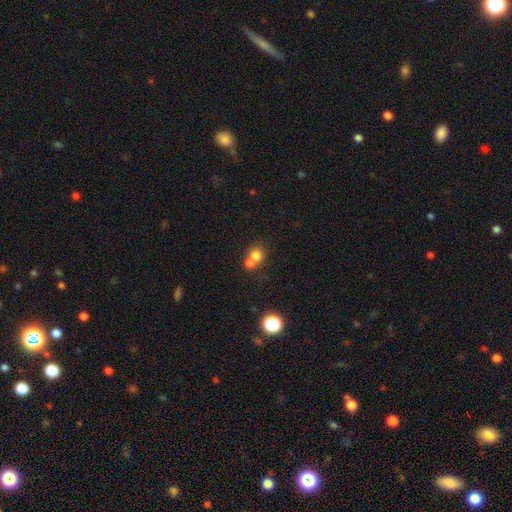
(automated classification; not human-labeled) This appears to be a smooth galaxy with no disk features (75%) that is round (82%). Merging: merger (51%).